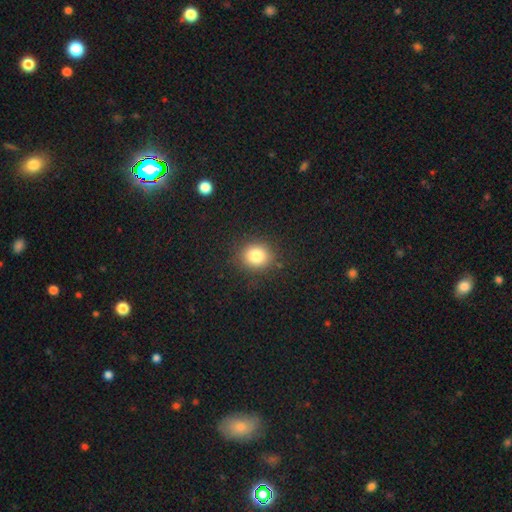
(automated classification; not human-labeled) The model was most divided on "how rounded": round: 74%, in between: 25%, cigar-shaped: 1%. More confident: merging — none (87%); smooth or featured — smooth (82%).